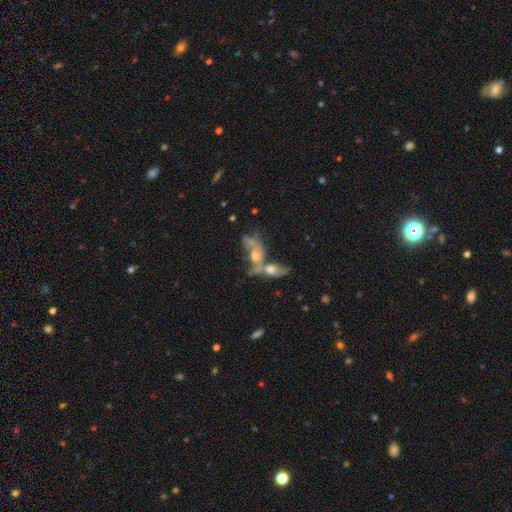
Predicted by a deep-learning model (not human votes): Smooth or featured?
  - featured or disk: 54% *
  - smooth: 28%
  - star or artifact: 17%
Edge-on disk?
  - no: 78% *
  - yes: 22%
Merging?
  - merger: 62% *
  - none: 20%
  - major disturbance: 10%
  - minor disturbance: 8%